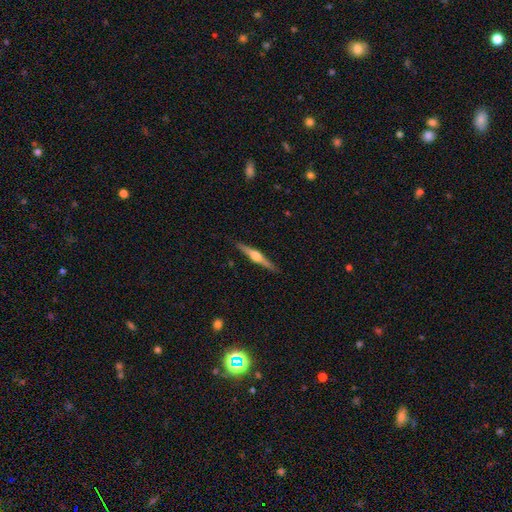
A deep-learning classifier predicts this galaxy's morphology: type=featured or disk (74%); edge-on=yes (98%); edge-on bulge=rounded (91%); merging=none (90%).